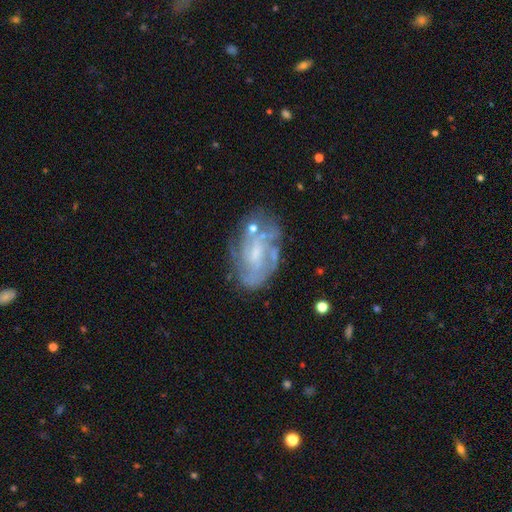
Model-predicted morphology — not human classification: Smooth or featured? featured or disk (67%)
Edge-on disk? no (95%)
Bar? no (52%)
Spiral arms? yes (68%)
Bulge size? small (47%)
Merging? none (62%)